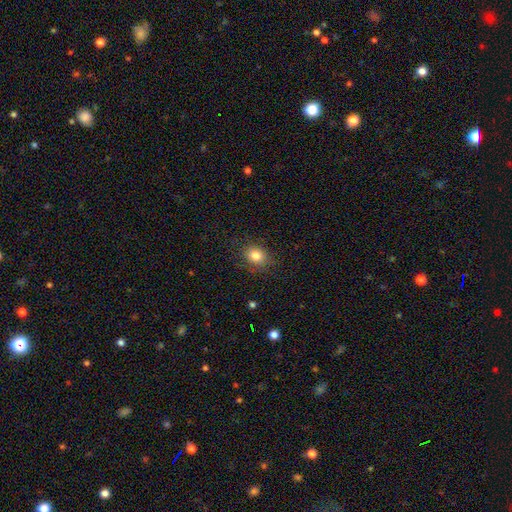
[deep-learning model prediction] Morphology: type=smooth (83%); roundness=round (54%); merging=none (83%).